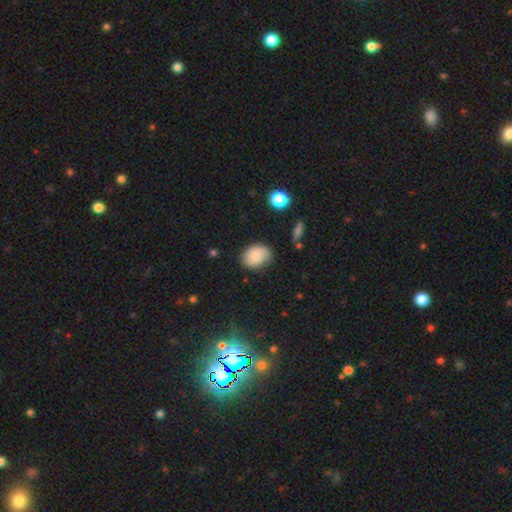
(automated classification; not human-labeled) This is likely a smooth galaxy (74%). How rounded: likely in between (70%). Merging: likely none (75%).